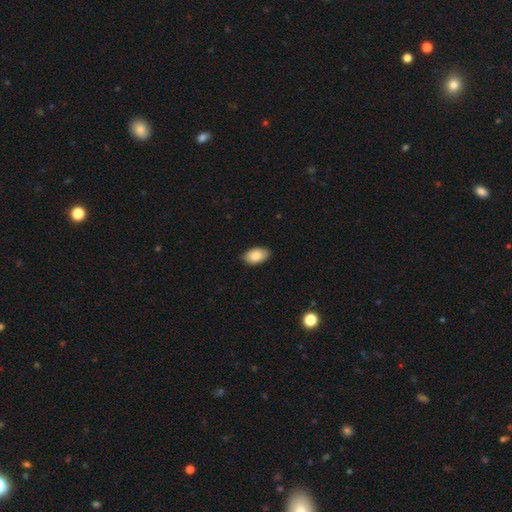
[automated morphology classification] A smooth galaxy with no disk features (86%) that is in between round and cigar-shaped (94%).

Vote fractions:
- Smooth or featured? smooth: 86% / featured or disk: 7% / star or artifact: 7%
- How rounded? in between: 94% / round: 5% / cigar-shaped: 1%
- Merging? none: 87% / minor disturbance: 11% / major disturbance: 2% / merger: 1%